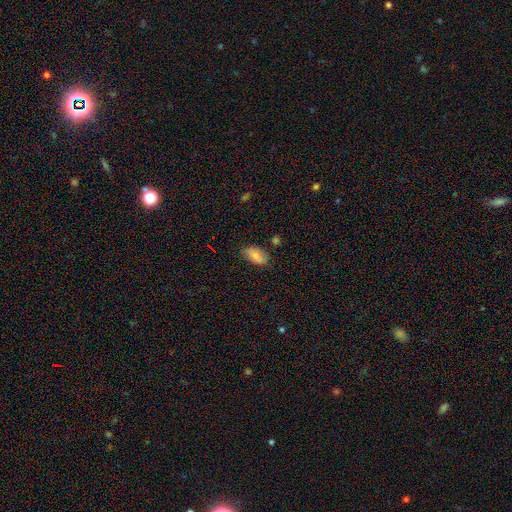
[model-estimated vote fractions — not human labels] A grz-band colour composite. It shows a smooth galaxy with no disk features (78%) that is in between round and cigar-shaped (93%). Merging: none (75%).